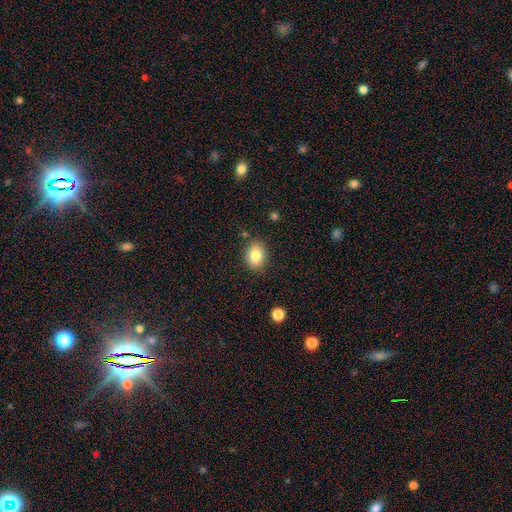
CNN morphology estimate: smooth-or-featured: smooth: 82% | star or artifact: 9% | featured or disk: 9%
  how-rounded: in between: 55% | round: 44% | cigar-shaped: 1%
  merging: none: 84% | minor disturbance: 11% | major disturbance: 3% | merger: 2%